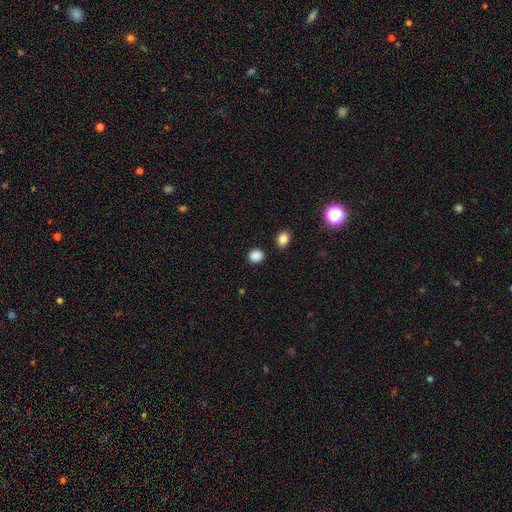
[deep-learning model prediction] The model was most divided on "how rounded": round: 79%, in between: 20%, cigar-shaped: 1%. More confident: smooth or featured — smooth (87%); merging — none (87%).